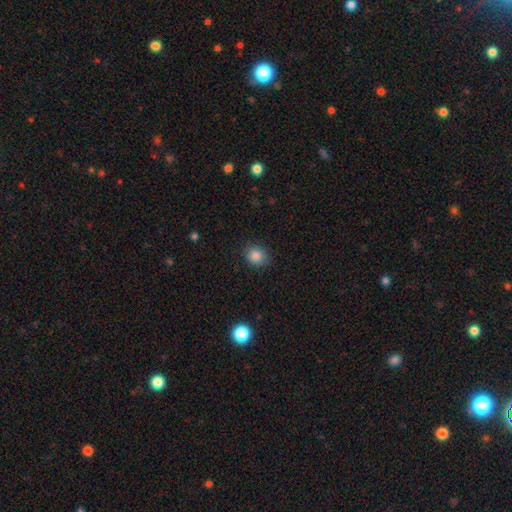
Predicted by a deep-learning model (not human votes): Smooth or featured? smooth (86%)
How rounded? round (76%)
Merging? none (86%)